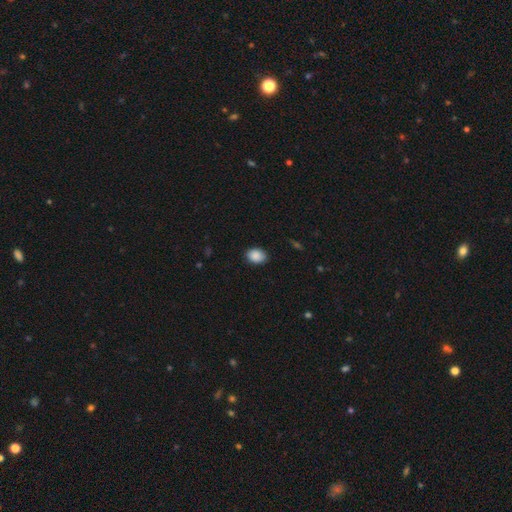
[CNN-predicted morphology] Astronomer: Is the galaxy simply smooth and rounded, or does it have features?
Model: smooth — 89%.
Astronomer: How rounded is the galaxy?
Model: in between — 72%.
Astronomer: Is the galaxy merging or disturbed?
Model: none — 87%.